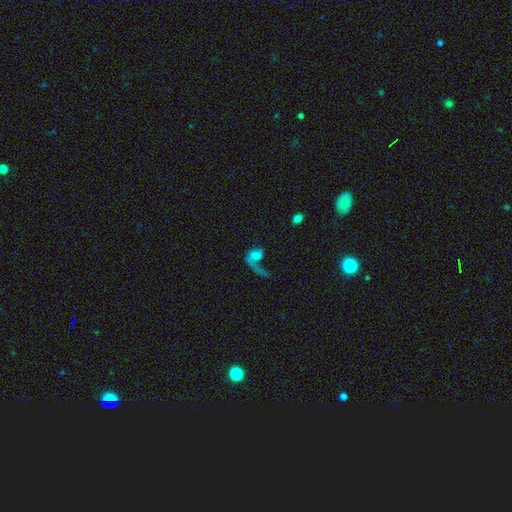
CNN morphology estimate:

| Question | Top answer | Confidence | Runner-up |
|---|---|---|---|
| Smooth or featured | featured or disk | 46% | smooth (41%) |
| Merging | major disturbance | 49% | none (20%) |